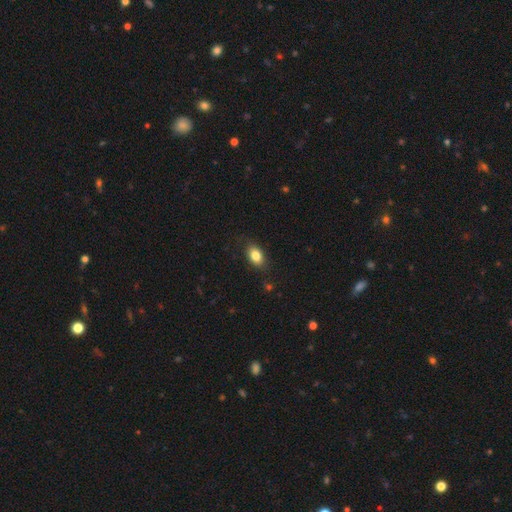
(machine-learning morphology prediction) Smooth or featured? smooth (84%)
How rounded? in between (86%)
Merging? none (83%)